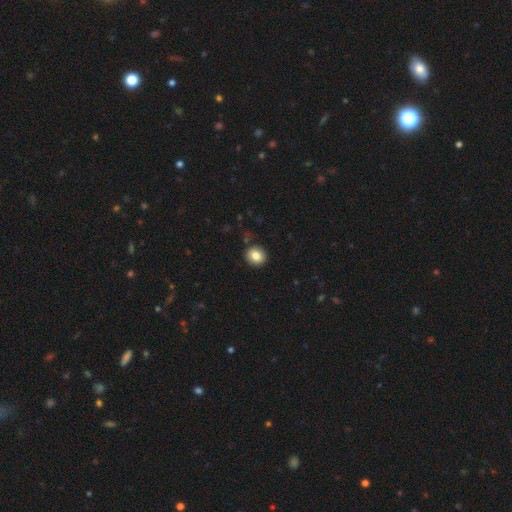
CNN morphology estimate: Smooth or featured?
  - smooth: 84% *
  - star or artifact: 9%
  - featured or disk: 7%
How rounded?
  - round: 75% *
  - in between: 24%
  - cigar-shaped: 1%
Merging?
  - none: 88% *
  - minor disturbance: 8%
  - major disturbance: 2%
  - merger: 2%